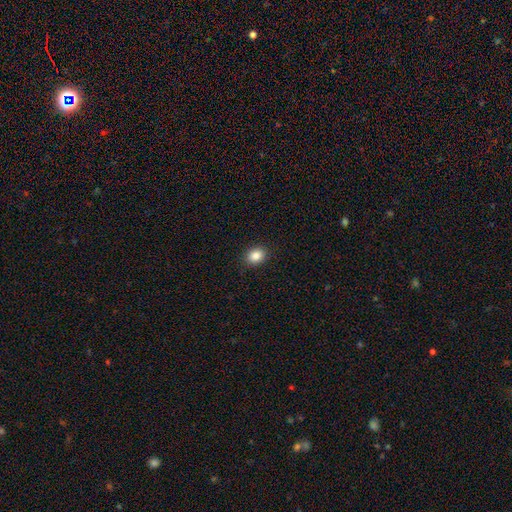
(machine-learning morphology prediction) Smooth or featured?
  - smooth: 87% *
  - star or artifact: 10%
  - featured or disk: 4%
How rounded?
  - in between: 52% *
  - round: 47%
  - cigar-shaped: 1%
Merging?
  - none: 89% *
  - minor disturbance: 8%
  - major disturbance: 2%
  - merger: 1%